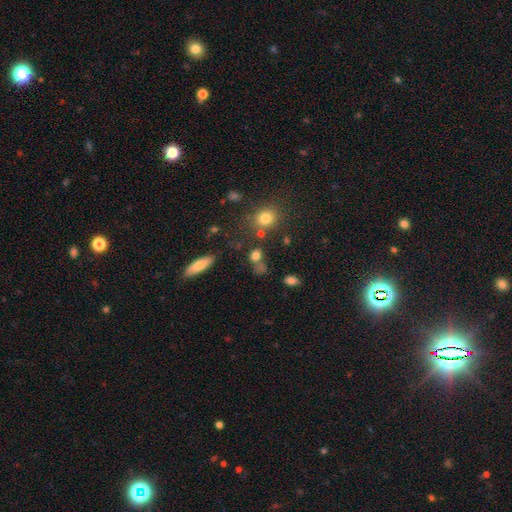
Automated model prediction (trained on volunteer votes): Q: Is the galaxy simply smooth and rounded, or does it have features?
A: smooth — 74%.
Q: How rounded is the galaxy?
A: round — 62%.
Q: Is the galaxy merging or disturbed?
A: none — 54%.